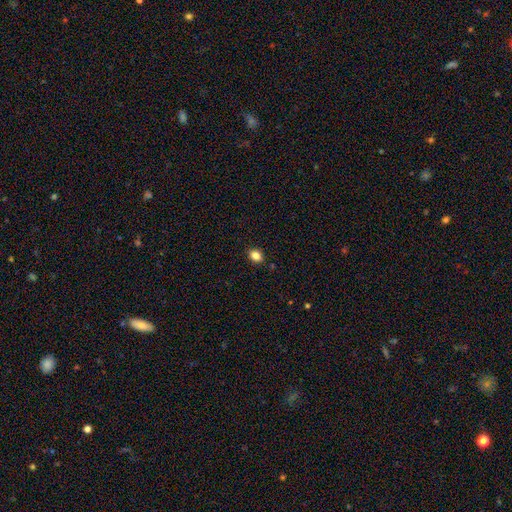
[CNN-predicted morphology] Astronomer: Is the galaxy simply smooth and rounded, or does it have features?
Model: smooth — 84%.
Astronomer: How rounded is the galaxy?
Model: in between — 54% (runner-up: round, 45%).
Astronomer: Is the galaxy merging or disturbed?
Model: none — 89%.